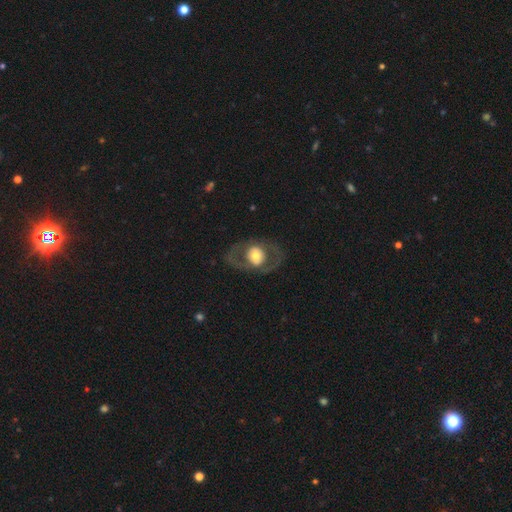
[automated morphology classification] A featured or disk galaxy (55%) with no bar (80%), no spiral arms (75%) and a moderate central bulge (48%).

Vote fractions:
- Smooth or featured? featured or disk: 55% / smooth: 39% / star or artifact: 6%
- Edge-on disk? no: 92% / yes: 8%
- Bar? no: 80% / weak: 14% / strong: 6%
- Spiral arms? no: 75% / yes: 25%
- Bulge size? moderate: 48% / large: 36% / small: 9% / dominant: 5% / none: 1%
- Merging? none: 72% / major disturbance: 15% / minor disturbance: 12% / merger: 1%